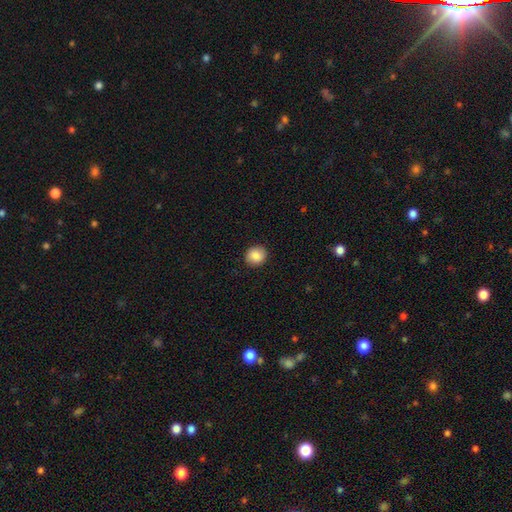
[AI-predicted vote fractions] smooth 86%, star or artifact 8%, featured or disk 5%. Down the decision tree: how rounded — round (84%); merging — none (90%).